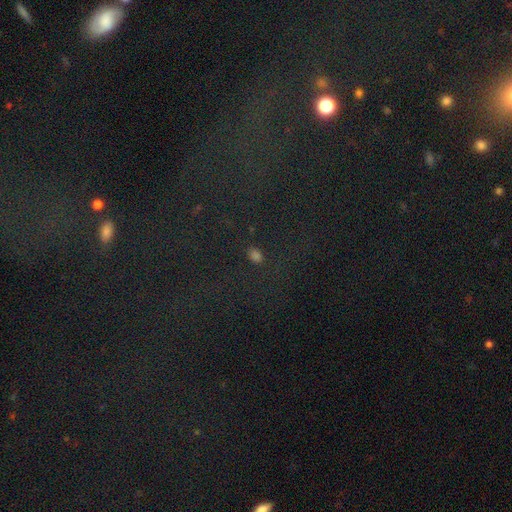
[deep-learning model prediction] This is possibly a smooth galaxy (58%). How rounded: likely in between (71%). Merging: likely none (77%).